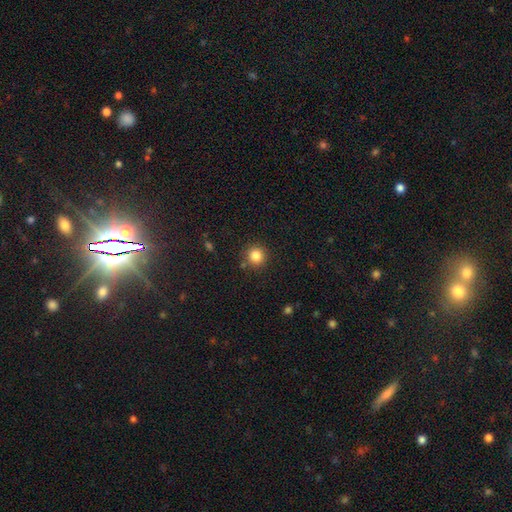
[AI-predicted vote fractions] A smooth galaxy with no disk features (84%) that is round (92%).

Vote fractions:
- Smooth or featured? smooth: 84% / star or artifact: 12% / featured or disk: 5%
- How rounded? round: 92% / in between: 7% / cigar-shaped: 1%
- Merging? none: 85% / minor disturbance: 9% / merger: 4% / major disturbance: 3%